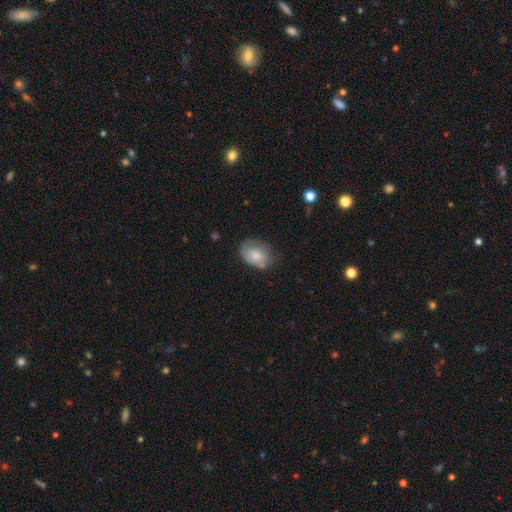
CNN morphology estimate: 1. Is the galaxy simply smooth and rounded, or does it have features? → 78% smooth, 15% featured or disk, 7% star or artifact.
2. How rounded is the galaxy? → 72% in between, 27% round, 1% cigar-shaped.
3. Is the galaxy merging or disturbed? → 62% none, 29% minor disturbance, 8% major disturbance, 2% merger.